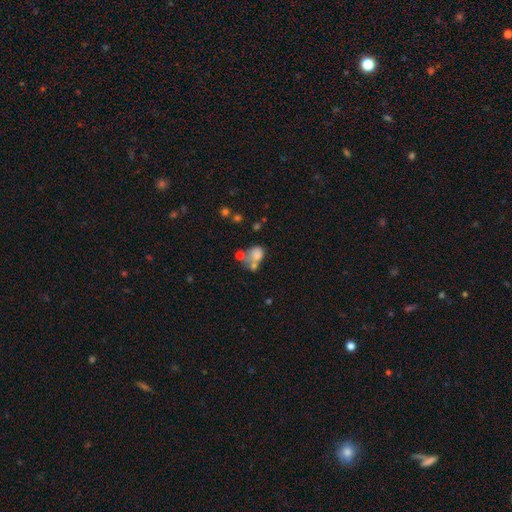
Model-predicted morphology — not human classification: type=smooth (69%); roundness=in between (50%); merging=merger (48%).